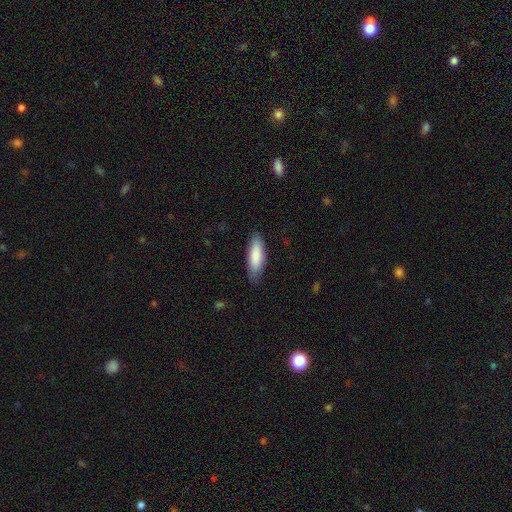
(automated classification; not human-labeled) smooth-or-featured: smooth: 86% | featured or disk: 9% | star or artifact: 5%
  how-rounded: in between: 58% | cigar-shaped: 40% | round: 1%
  merging: none: 82% | minor disturbance: 14% | major disturbance: 3% | merger: 1%